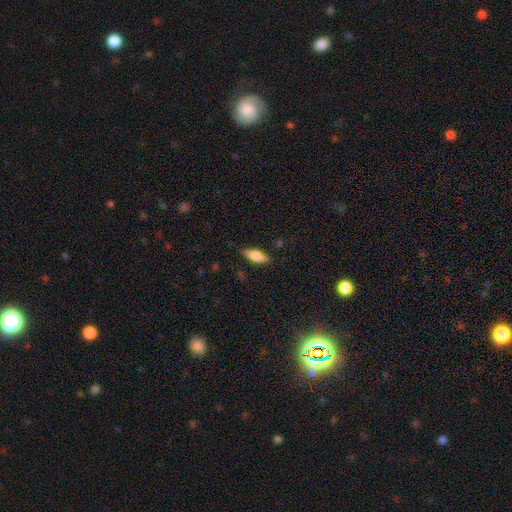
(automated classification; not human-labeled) Smooth or featured: smooth — 70% (featured or disk — 23%)
How rounded: in between — 68% (cigar-shaped — 29%)
Merging: none — 85% (minor disturbance — 11%)